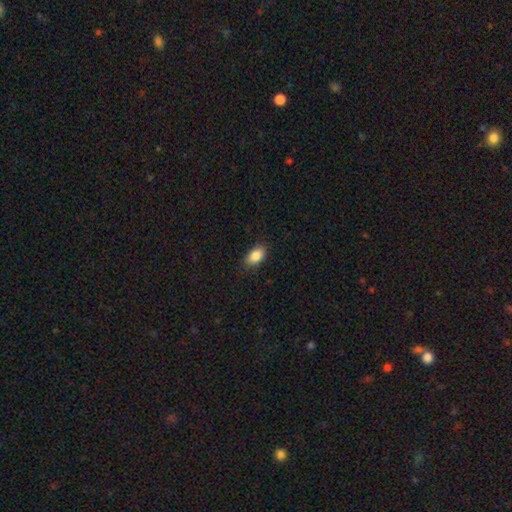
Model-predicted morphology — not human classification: Overall: smooth (87%). How rounded: in between (89%). Merging: none (83%).